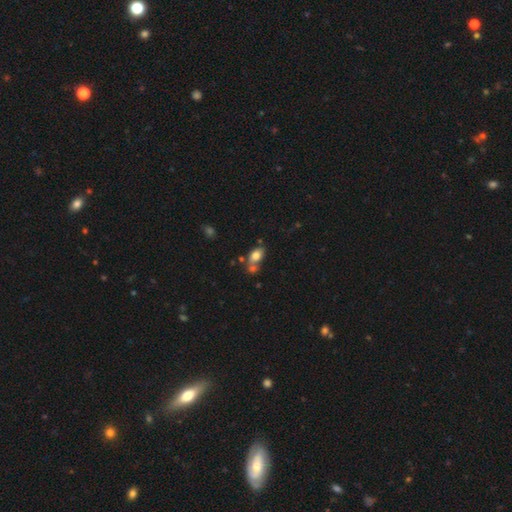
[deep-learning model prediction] Morphology: type=smooth (78%); roundness=in between (81%); merging=none (44%).